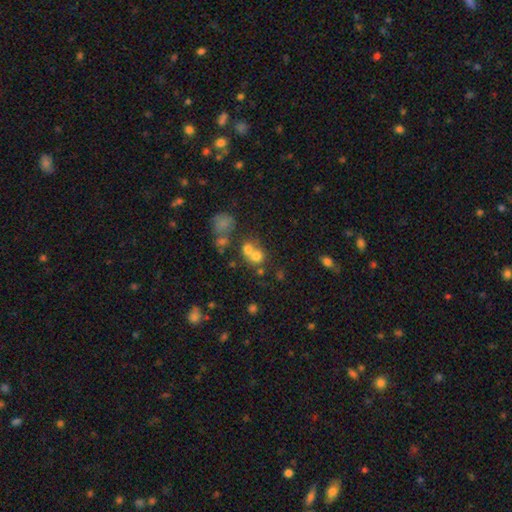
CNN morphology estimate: This appears to be a smooth galaxy with no disk features (69%) that is round (81%). Merging: merger (52%).